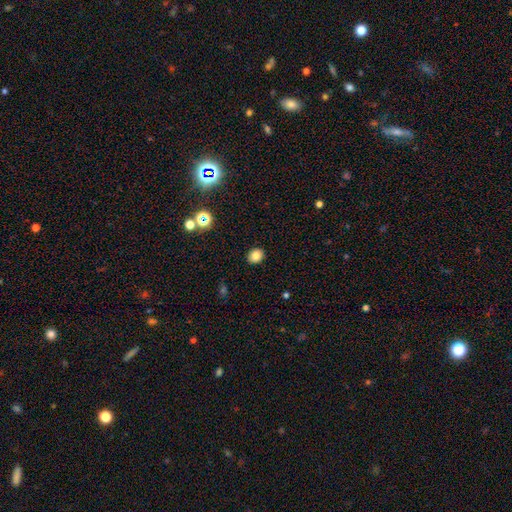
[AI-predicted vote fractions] A smooth galaxy with no disk features (80%) that is round (64%).

Vote fractions:
- Smooth or featured? smooth: 80% / star or artifact: 13% / featured or disk: 7%
- How rounded? round: 64% / in between: 35% / cigar-shaped: 1%
- Merging? none: 90% / minor disturbance: 7% / major disturbance: 2% / merger: 1%